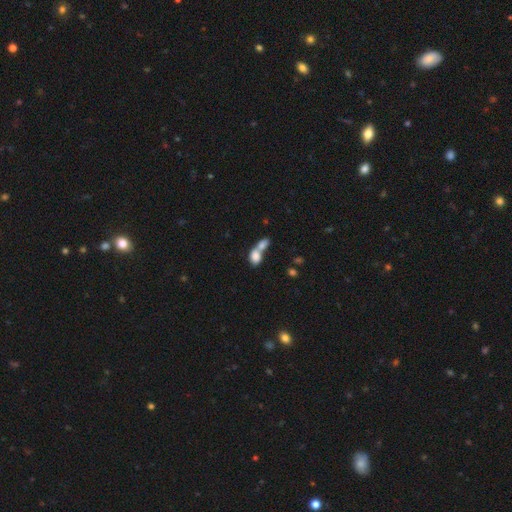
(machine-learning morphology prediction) This is likely a smooth galaxy (80%). How rounded: likely in between (74%). Merging: likely merger (74%).